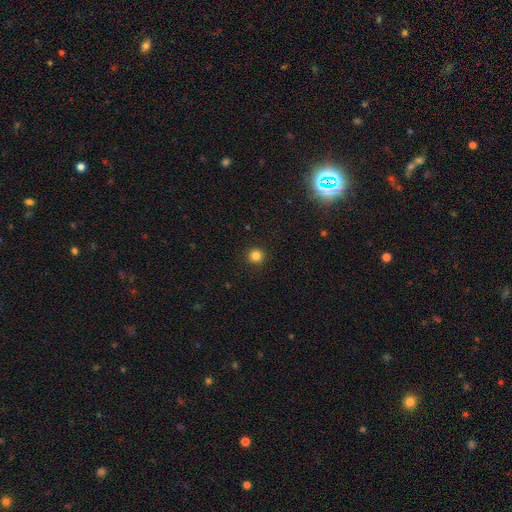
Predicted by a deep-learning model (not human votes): smooth-or-featured: smooth: 83% | star or artifact: 13% | featured or disk: 4%
  how-rounded: round: 95% | in between: 4% | cigar-shaped: 1%
  merging: none: 93% | minor disturbance: 4% | major disturbance: 2% | merger: 1%